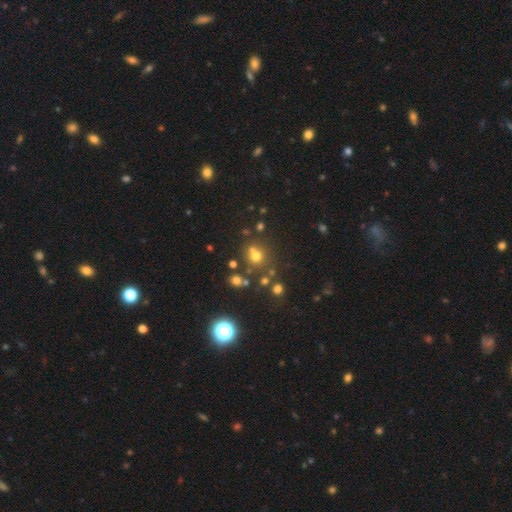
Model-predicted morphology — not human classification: smooth-or-featured: smooth: 62% | star or artifact: 25% | featured or disk: 13%
  how-rounded: round: 83% | in between: 16% | cigar-shaped: 1%
  merging: none: 59% | merger: 24% | minor disturbance: 11% | major disturbance: 5%